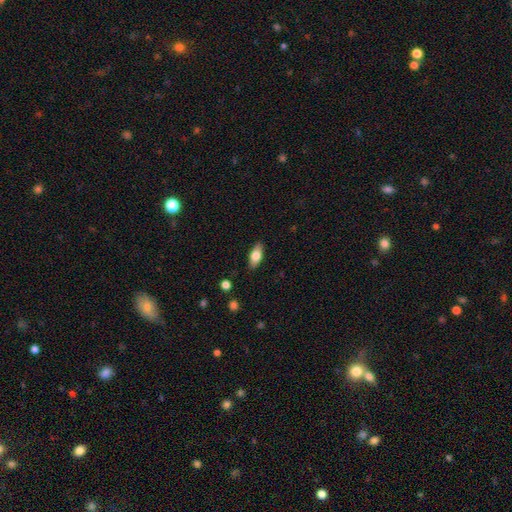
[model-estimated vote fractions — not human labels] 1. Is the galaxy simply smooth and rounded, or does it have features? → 75% smooth, 19% featured or disk, 7% star or artifact.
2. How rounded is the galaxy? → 85% in between, 12% cigar-shaped, 3% round.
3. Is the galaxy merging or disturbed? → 86% none, 10% minor disturbance, 2% major disturbance, 1% merger.